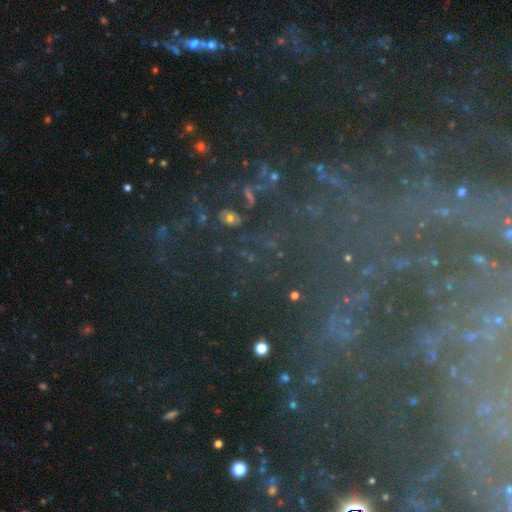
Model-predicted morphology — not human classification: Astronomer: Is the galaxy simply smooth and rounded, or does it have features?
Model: star or artifact — 60%.